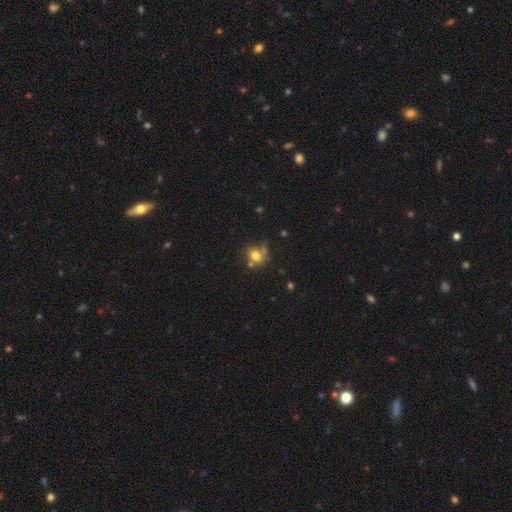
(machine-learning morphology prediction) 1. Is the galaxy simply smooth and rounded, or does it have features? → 72% smooth, 15% featured or disk, 14% star or artifact.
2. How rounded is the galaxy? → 59% round, 40% in between, 2% cigar-shaped.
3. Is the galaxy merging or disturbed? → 51% none, 22% merger, 19% minor disturbance, 9% major disturbance.